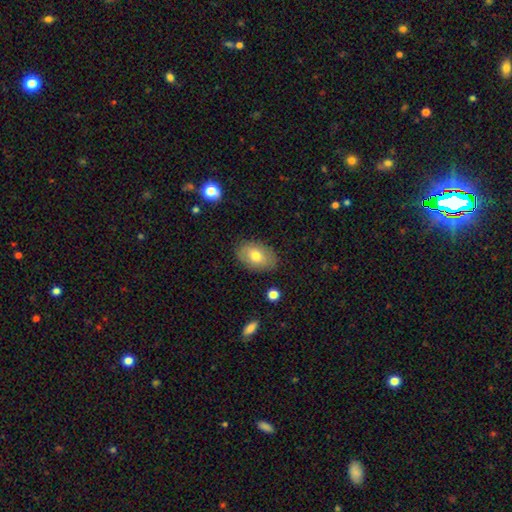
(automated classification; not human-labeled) smooth-or-featured: smooth: 73% | featured or disk: 20% | star or artifact: 7%
  how-rounded: in between: 88% | round: 10% | cigar-shaped: 1%
  merging: none: 84% | minor disturbance: 12% | major disturbance: 3% | merger: 1%